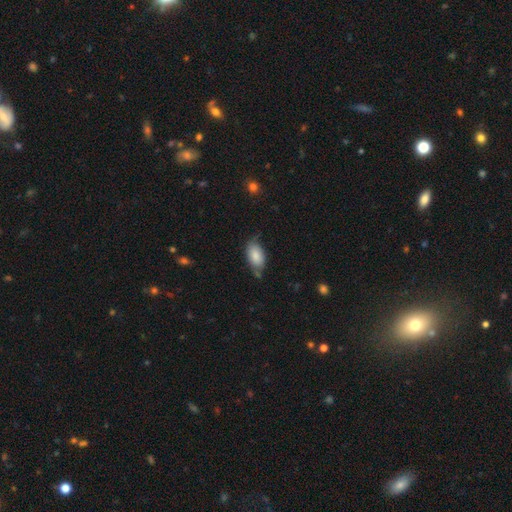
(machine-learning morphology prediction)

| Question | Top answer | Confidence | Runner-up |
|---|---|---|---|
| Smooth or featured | smooth | 81% | featured or disk (13%) |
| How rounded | in between | 94% | round (4%) |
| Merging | none | 52% | minor disturbance (34%) |